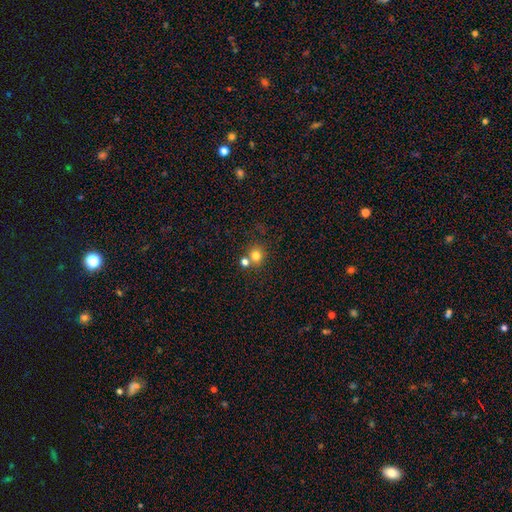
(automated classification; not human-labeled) A smooth galaxy with no disk features (78%) that is round (86%). Merging: none (63%).